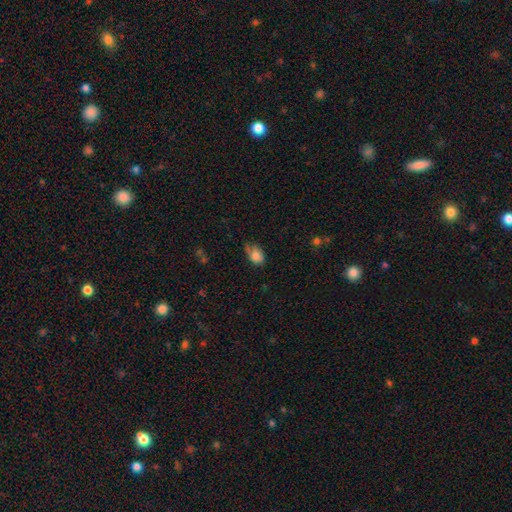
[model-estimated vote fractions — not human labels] Smooth or featured? Predicted: smooth (p=0.80). How rounded? Predicted: in between (p=0.79). Merging? Predicted: none (p=0.45).